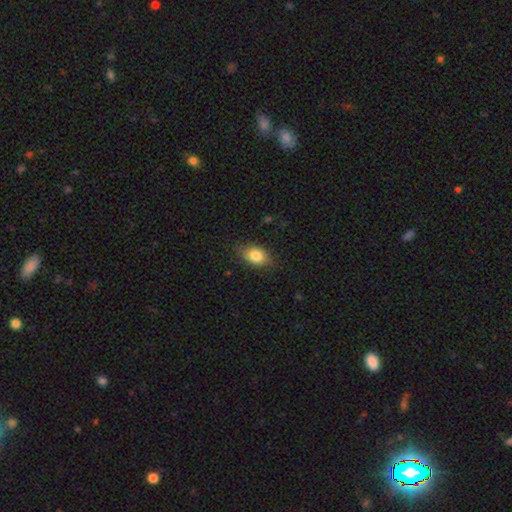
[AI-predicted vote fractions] smooth 82%, featured or disk 10%, star or artifact 8%. Down the decision tree: how rounded — in between (82%); merging — none (81%).